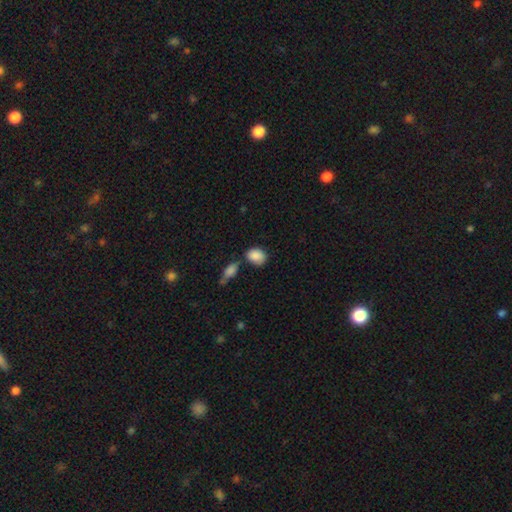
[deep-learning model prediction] Smooth or featured?
  - smooth: 88% *
  - star or artifact: 7%
  - featured or disk: 5%
How rounded?
  - in between: 66% *
  - round: 32%
  - cigar-shaped: 2%
Merging?
  - none: 57% *
  - minor disturbance: 21%
  - merger: 16%
  - major disturbance: 6%